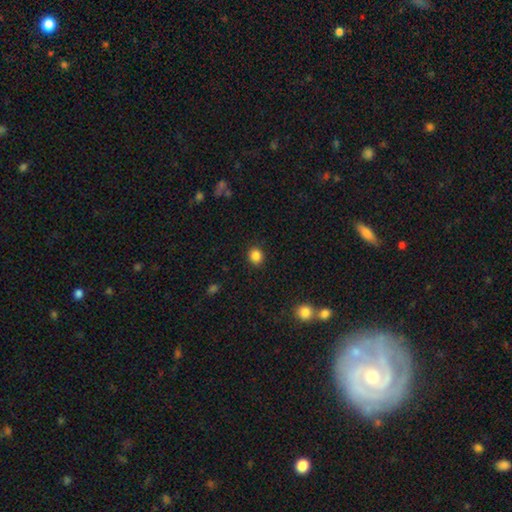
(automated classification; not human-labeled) Overall: smooth (86%). How rounded: round (82%). Merging: none (90%).